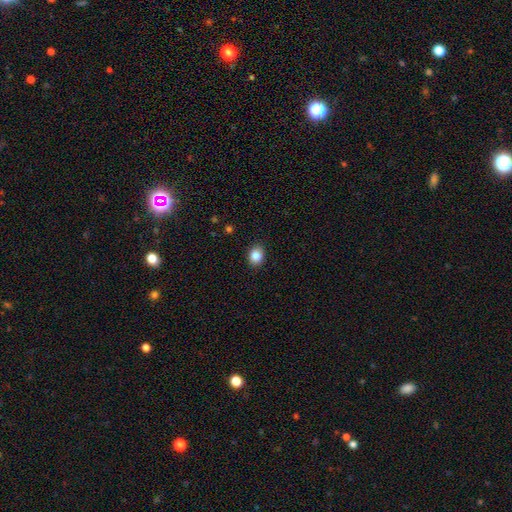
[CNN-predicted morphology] Smooth or featured: smooth — 85% (star or artifact — 9%)
How rounded: in between — 54% (round — 45%)
Merging: none — 89% (minor disturbance — 8%)